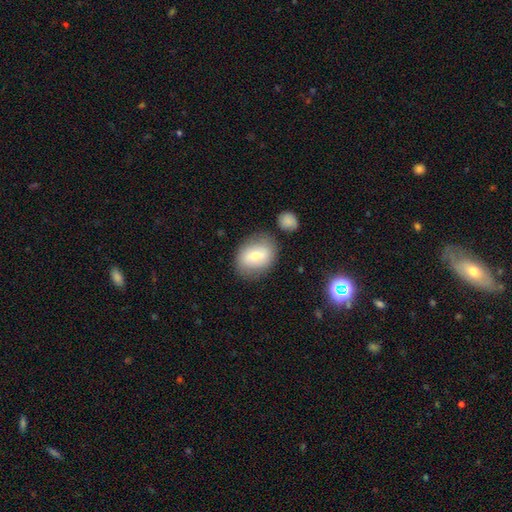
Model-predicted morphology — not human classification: Q: Smooth or featured?
A: smooth (67%); runner-up: featured or disk (26%)
Q: How rounded?
A: in between (60%); runner-up: round (38%)
Q: Merging?
A: none (77%); runner-up: minor disturbance (14%)